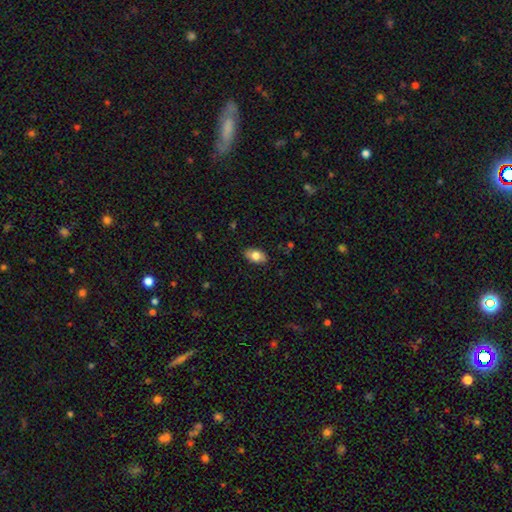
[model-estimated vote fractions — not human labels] Overall: smooth (75%). How rounded: in between (91%). Merging: none (85%).